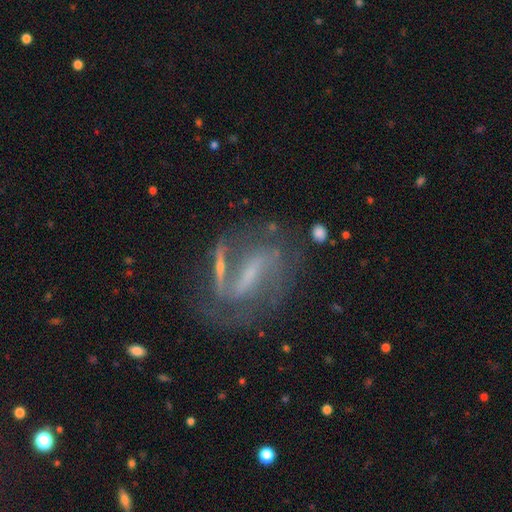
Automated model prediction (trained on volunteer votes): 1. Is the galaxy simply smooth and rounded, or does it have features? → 81% featured or disk, 10% smooth, 9% star or artifact.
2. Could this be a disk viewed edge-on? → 91% no, 9% yes.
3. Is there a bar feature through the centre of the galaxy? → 61% strong, 27% weak, 11% no.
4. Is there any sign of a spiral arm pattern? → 88% yes, 12% no.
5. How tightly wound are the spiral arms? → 46% medium, 30% tight, 24% loose.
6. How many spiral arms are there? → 75% 2, 11% can't tell, 7% 1, 4% 3, 2% 4, 2% more than 4.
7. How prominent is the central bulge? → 48% small, 32% none, 16% moderate, 3% large, 1% dominant.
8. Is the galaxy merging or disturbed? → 63% none, 17% minor disturbance, 13% major disturbance, 7% merger.